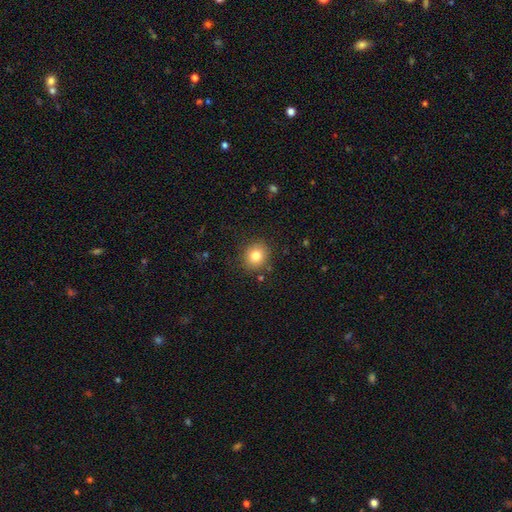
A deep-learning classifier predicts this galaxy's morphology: This is clearly a smooth galaxy (81%). How rounded: clearly round (82%). Merging: clearly none (87%).